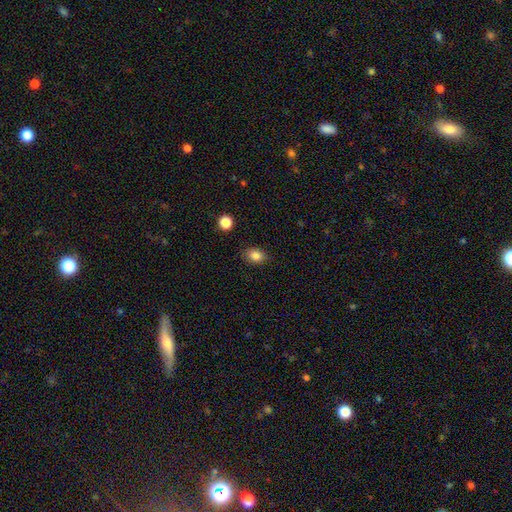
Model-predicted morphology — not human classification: Smooth or featured? Predicted: smooth (p=0.84). How rounded? Predicted: in between (p=0.70). Merging? Predicted: none (p=0.84).